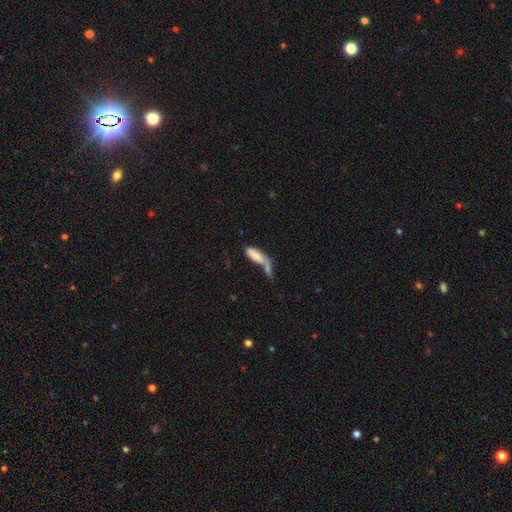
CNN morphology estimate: Smooth or featured? smooth (74%)
How rounded? in between (66%)
Merging? merger (55%)